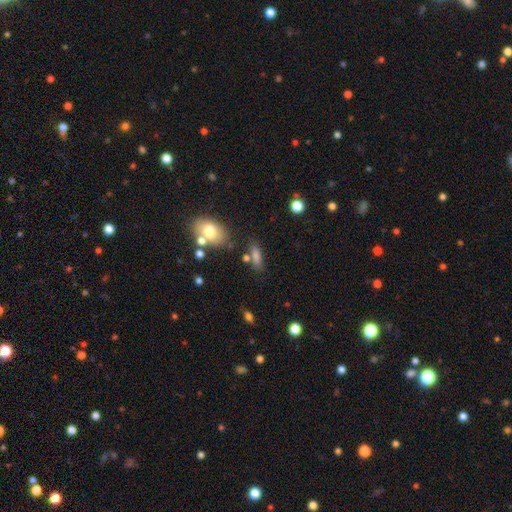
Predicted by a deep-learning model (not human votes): Overall: smooth (76%). How rounded: in between (57%; cigar-shaped 37%). Merging: none (68%).